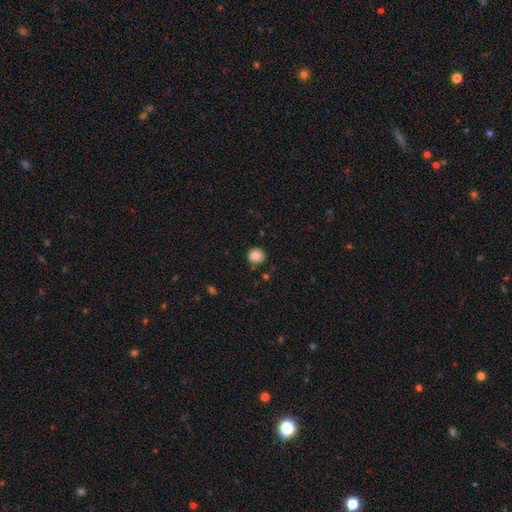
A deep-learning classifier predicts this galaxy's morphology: smooth-or-featured: smooth: 83% | star or artifact: 10% | featured or disk: 8%
  how-rounded: round: 93% | in between: 6% | cigar-shaped: 1%
  merging: none: 91% | minor disturbance: 6% | major disturbance: 2% | merger: 1%